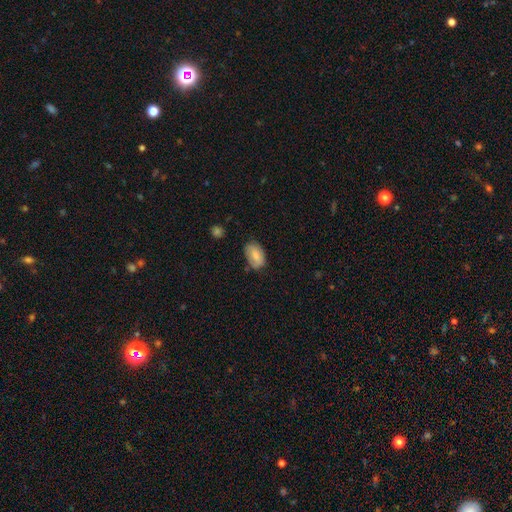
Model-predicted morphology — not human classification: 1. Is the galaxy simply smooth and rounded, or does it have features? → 81% smooth, 12% featured or disk, 7% star or artifact.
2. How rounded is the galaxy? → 91% in between, 7% round, 2% cigar-shaped.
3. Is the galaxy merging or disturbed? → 67% none, 26% minor disturbance, 5% major disturbance, 2% merger.